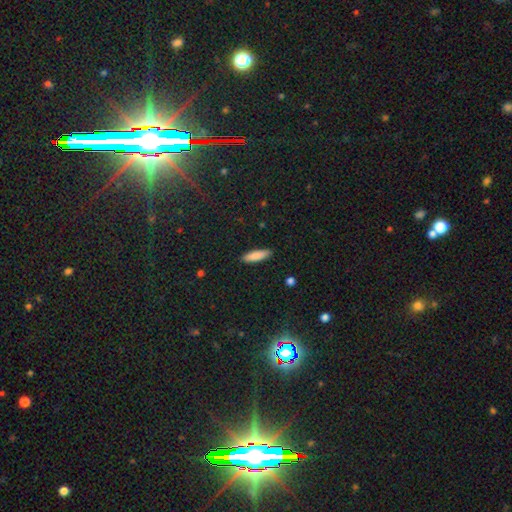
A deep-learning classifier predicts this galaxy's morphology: This appears to be a smooth galaxy with no disk features (86%) that is cigar-shaped (65%). Merging: none (89%).